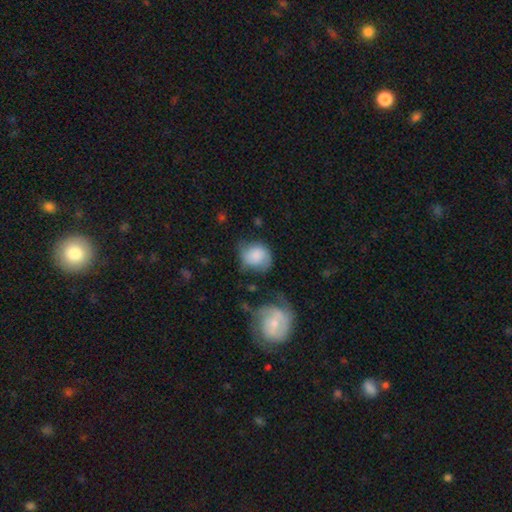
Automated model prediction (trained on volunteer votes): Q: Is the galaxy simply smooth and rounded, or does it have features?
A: smooth — 70%.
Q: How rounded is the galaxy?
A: round — 71%.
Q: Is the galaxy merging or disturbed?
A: none — 46%.